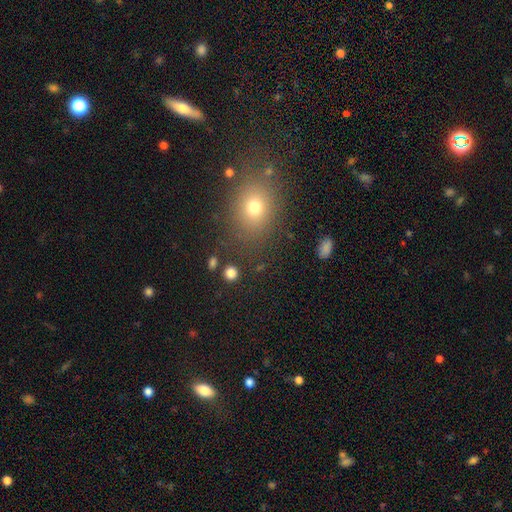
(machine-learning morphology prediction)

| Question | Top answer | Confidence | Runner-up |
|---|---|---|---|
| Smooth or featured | smooth | 60% | star or artifact (29%) |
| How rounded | in between | 52% | round (46%) |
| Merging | none | 84% | minor disturbance (10%) |